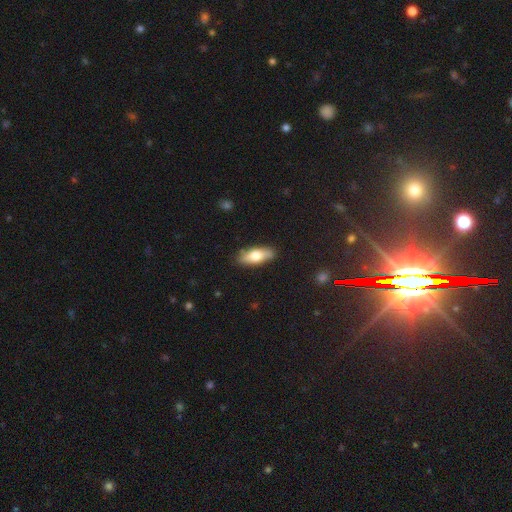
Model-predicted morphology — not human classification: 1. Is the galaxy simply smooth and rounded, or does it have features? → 69% smooth, 25% featured or disk, 6% star or artifact.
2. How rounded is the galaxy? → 71% in between, 26% cigar-shaped, 3% round.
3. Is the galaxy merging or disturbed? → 83% none, 13% minor disturbance, 2% major disturbance, 1% merger.